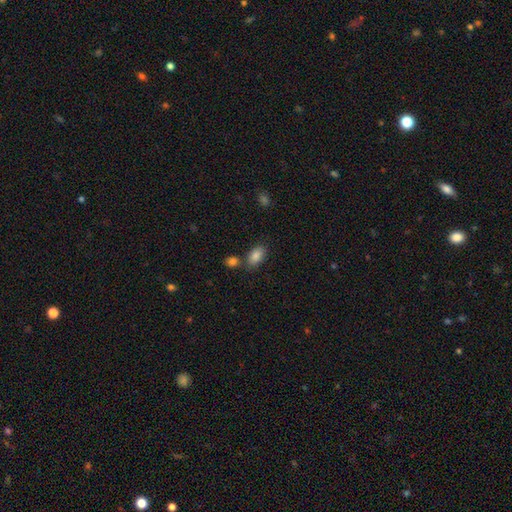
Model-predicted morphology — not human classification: smooth-or-featured: smooth: 86% | star or artifact: 8% | featured or disk: 6%
  how-rounded: in between: 91% | round: 6% | cigar-shaped: 3%
  merging: none: 69% | merger: 15% | minor disturbance: 12% | major disturbance: 3%